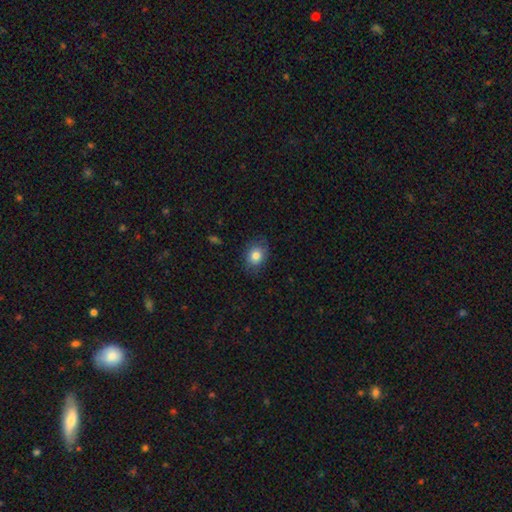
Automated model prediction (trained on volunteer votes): Smooth or featured? Predicted: smooth (p=0.81). How rounded? Predicted: round (p=0.52). Merging? Predicted: none (p=0.80).